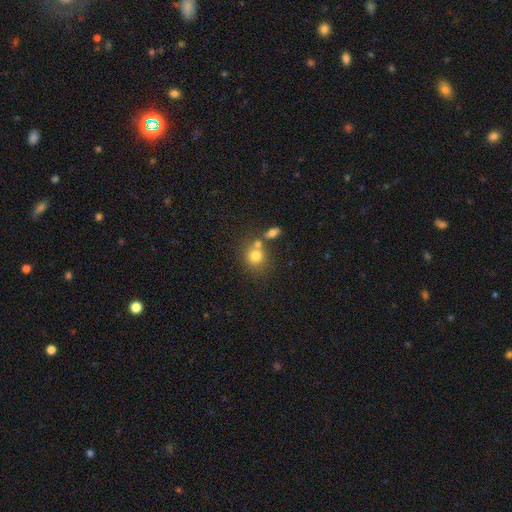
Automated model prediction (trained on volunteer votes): A smooth galaxy with no disk features (76%) that is round (80%). Merging: none (54%).